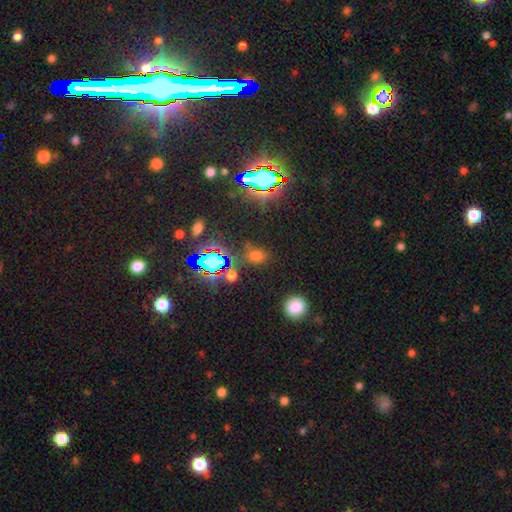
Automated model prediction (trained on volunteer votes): smooth-or-featured: smooth: 55% | star or artifact: 38% | featured or disk: 7%
  how-rounded: round: 64% | in between: 33% | cigar-shaped: 2%
  merging: none: 73% | minor disturbance: 14% | major disturbance: 7% | merger: 6%